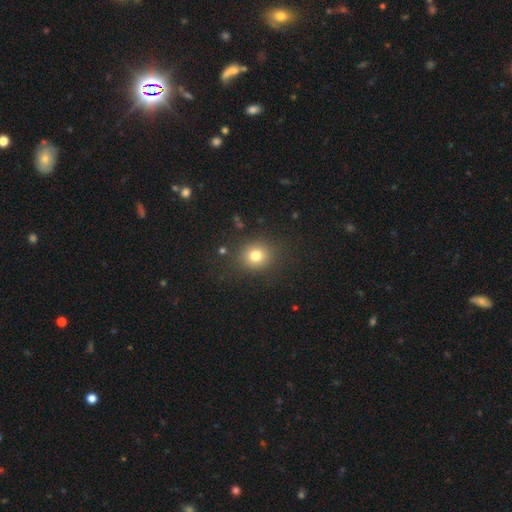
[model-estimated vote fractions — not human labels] Overall: smooth (79%). How rounded: round (80%). Merging: none (86%).